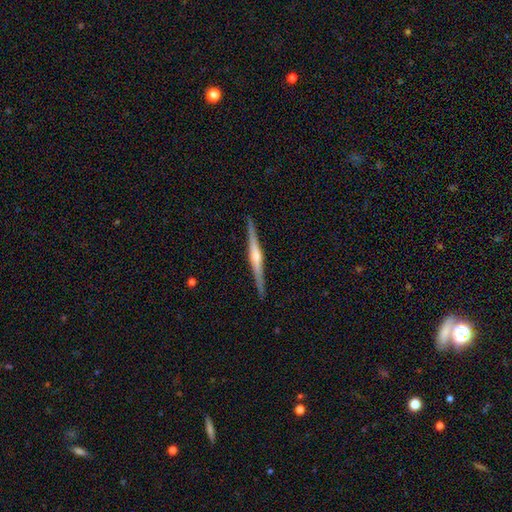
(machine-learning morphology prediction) This is clearly a featured or disk galaxy (83%). It is clearly viewed edge-on (99%). Edge-on bulge: likely rounded (73%). Merging: clearly none (92%).